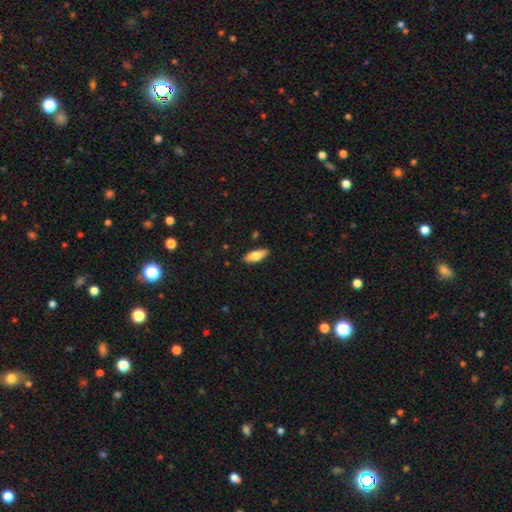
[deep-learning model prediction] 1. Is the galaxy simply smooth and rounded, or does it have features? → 76% smooth, 18% featured or disk, 6% star or artifact.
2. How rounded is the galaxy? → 76% in between, 22% cigar-shaped, 2% round.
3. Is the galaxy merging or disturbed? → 88% none, 9% minor disturbance, 2% major disturbance, 1% merger.